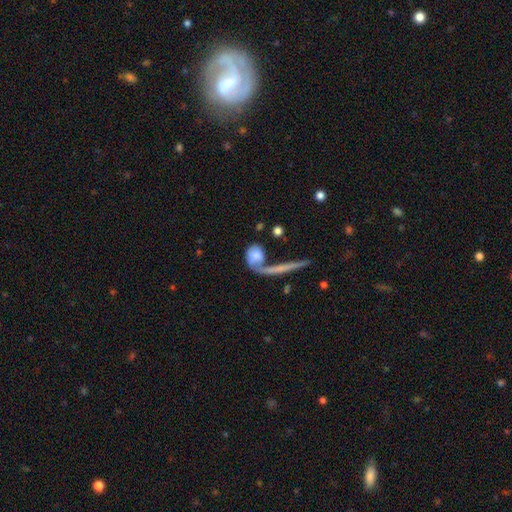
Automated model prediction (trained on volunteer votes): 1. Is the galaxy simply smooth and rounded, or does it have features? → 59% smooth, 34% featured or disk, 7% star or artifact.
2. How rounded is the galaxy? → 47% in between, 42% round, 12% cigar-shaped.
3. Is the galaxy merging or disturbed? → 31% merger (tied), 31% none (tied), 24% major disturbance, 14% minor disturbance.